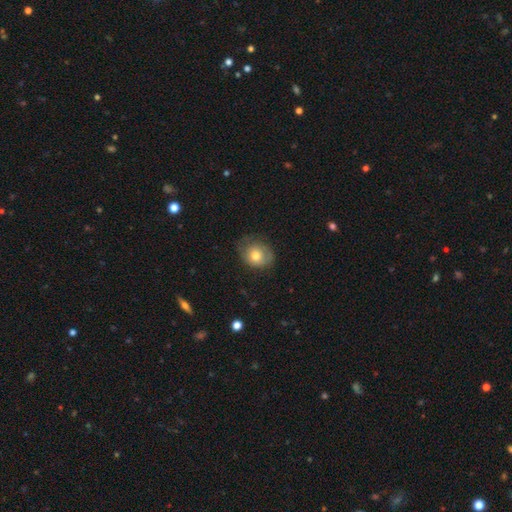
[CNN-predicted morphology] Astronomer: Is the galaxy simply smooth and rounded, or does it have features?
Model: smooth — 68%.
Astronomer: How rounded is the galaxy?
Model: round — 57% (runner-up: in between, 42%).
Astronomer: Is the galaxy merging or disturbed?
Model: none — 61%.